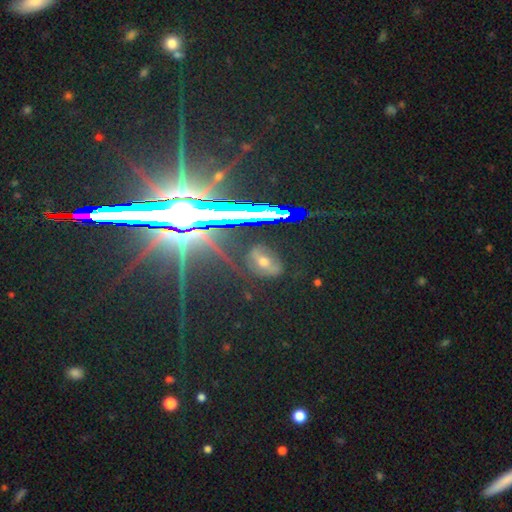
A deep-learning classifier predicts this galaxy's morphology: Smooth or featured? Predicted: star or artifact (p=0.70).